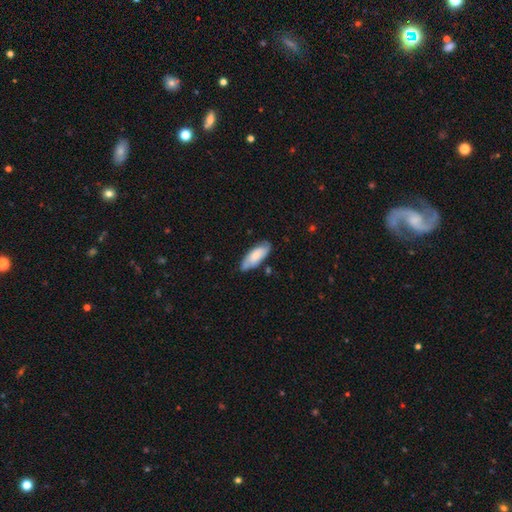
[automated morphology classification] The model was most divided on "smooth or featured": smooth: 61%, featured or disk: 33%, star or artifact: 6%. More confident: how rounded — in between (75%); merging — none (74%).